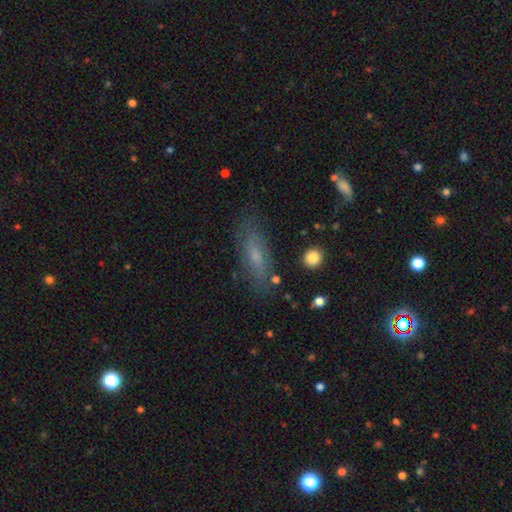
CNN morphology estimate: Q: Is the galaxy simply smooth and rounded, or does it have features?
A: smooth — 48%.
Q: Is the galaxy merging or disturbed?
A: none — 77%.